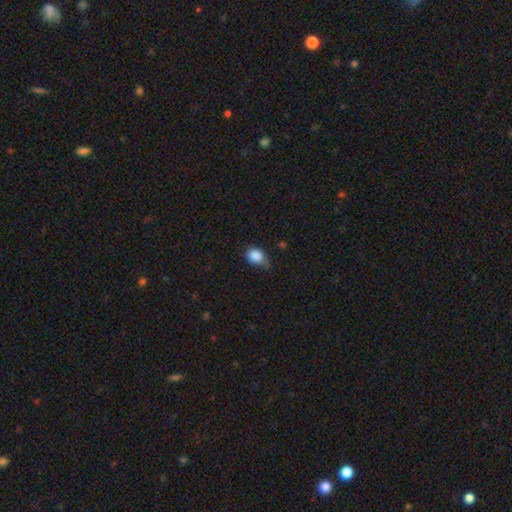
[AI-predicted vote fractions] Smooth or featured? Predicted: smooth (p=0.86). How rounded? Predicted: round (p=0.50). Merging? Predicted: none (p=0.45).